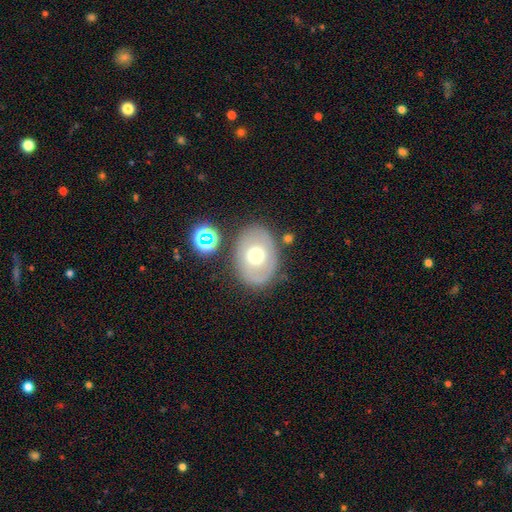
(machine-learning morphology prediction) Smooth or featured: smooth — 54% (featured or disk — 37%)
How rounded: in between — 67% (round — 32%)
Merging: none — 77% (minor disturbance — 12%)